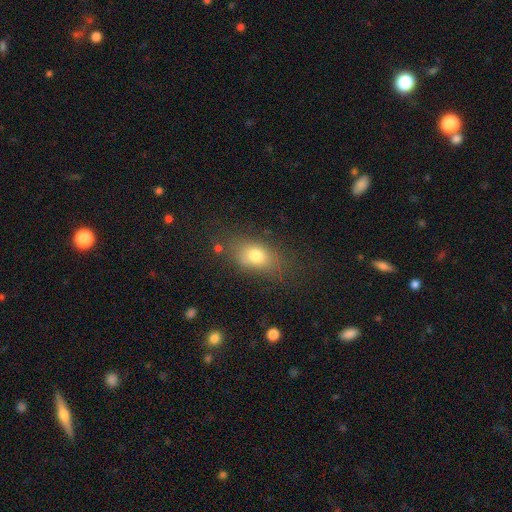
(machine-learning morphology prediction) type=smooth (76%); roundness=in between (77%); merging=none (68%).